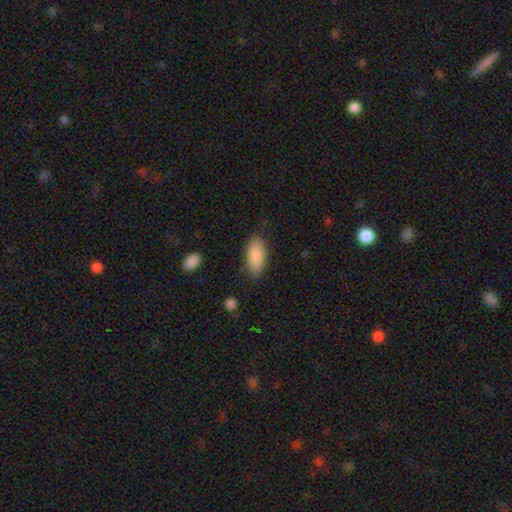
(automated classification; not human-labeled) A smooth galaxy with no disk features (88%) that is in between round and cigar-shaped (88%).

Vote fractions:
- Smooth or featured? smooth: 88% / featured or disk: 6% / star or artifact: 6%
- How rounded? in between: 88% / cigar-shaped: 10% / round: 2%
- Merging? none: 83% / minor disturbance: 12% / major disturbance: 3% / merger: 1%